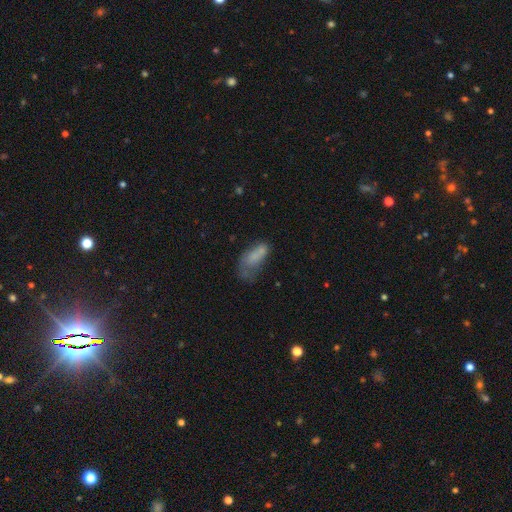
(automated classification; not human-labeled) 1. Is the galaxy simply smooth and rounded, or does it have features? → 67% smooth, 22% featured or disk, 11% star or artifact.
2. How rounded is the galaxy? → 79% in between, 17% cigar-shaped, 3% round.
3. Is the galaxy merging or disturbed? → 37% major disturbance, 28% minor disturbance, 26% none, 9% merger.